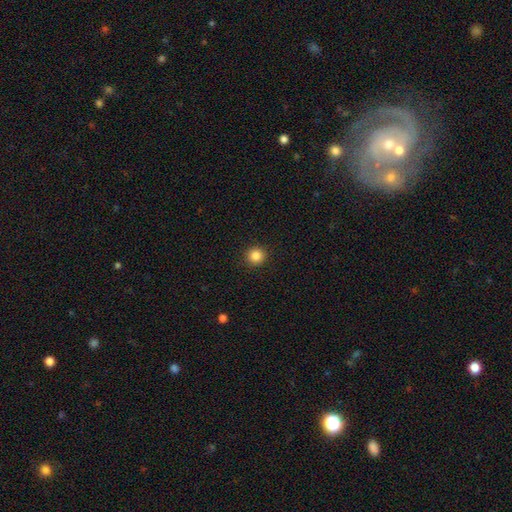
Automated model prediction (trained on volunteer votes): Overall: smooth (85%). How rounded: round (93%). Merging: none (92%).